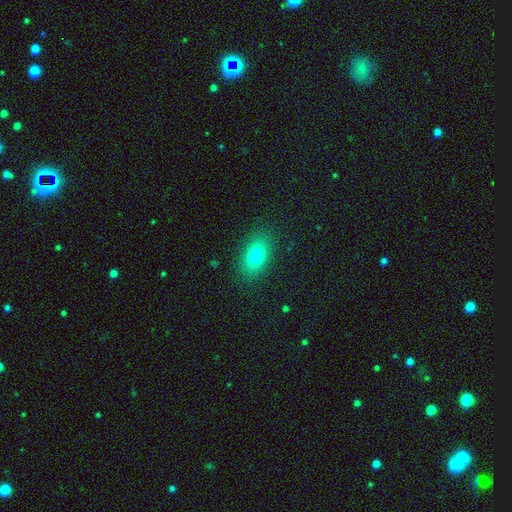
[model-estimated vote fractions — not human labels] A smooth galaxy with no disk features (78%) that is in between round and cigar-shaped (85%).

Vote fractions:
- Smooth or featured? smooth: 78% / featured or disk: 11% / star or artifact: 11%
- How rounded? in between: 85% / round: 11% / cigar-shaped: 4%
- Merging? none: 87% / minor disturbance: 9% / major disturbance: 3% / merger: 1%